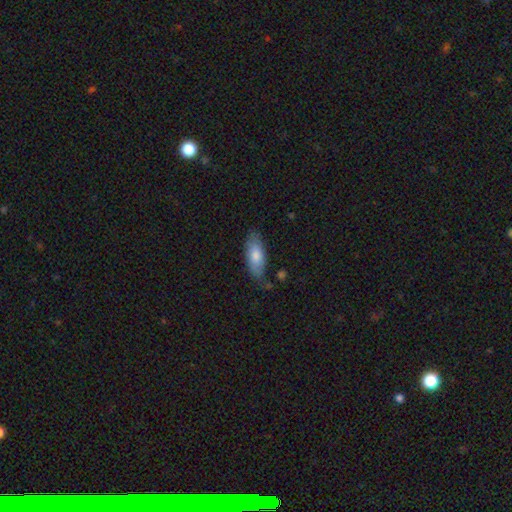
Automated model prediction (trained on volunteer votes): A smooth galaxy with no disk features (77%) that is in between round and cigar-shaped (77%). Merging: none (74%).